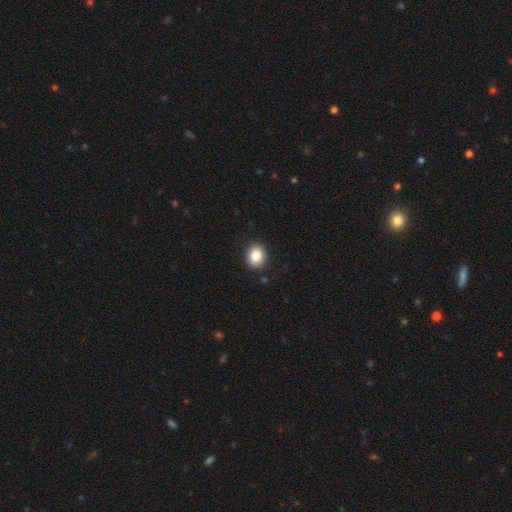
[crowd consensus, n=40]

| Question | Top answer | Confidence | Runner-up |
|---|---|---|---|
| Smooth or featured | smooth | 80% | star or artifact (12%) |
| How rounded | round | 53% | in between (47%) |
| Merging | none | 97% | minor disturbance (3%) |